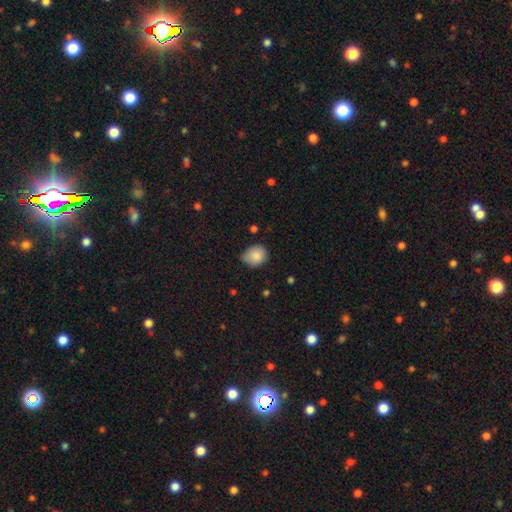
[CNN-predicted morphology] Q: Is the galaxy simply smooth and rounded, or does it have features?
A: smooth — 86%.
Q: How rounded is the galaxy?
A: round — 63%.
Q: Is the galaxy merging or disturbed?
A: none — 61%.